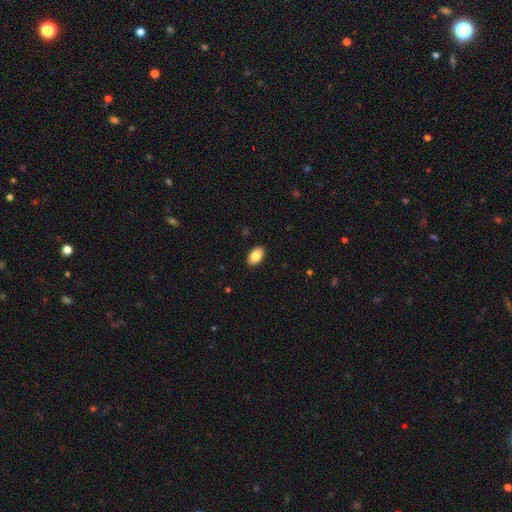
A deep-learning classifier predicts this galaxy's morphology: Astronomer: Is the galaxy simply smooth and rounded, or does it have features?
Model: smooth — 85%.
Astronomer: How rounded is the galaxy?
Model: in between — 92%.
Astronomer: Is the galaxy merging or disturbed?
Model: none — 90%.